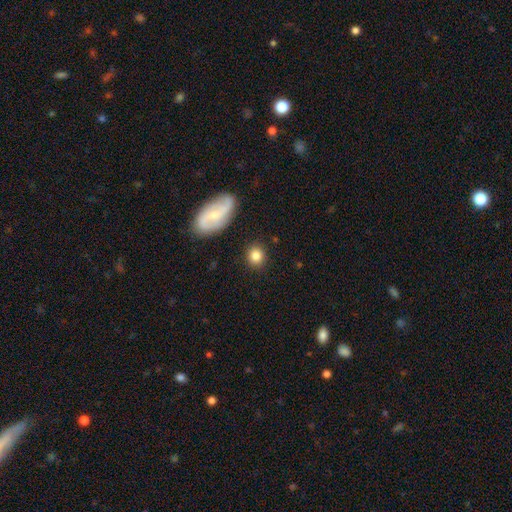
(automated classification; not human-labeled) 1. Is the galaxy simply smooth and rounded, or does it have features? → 80% smooth, 11% featured or disk, 9% star or artifact.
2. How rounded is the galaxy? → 83% round, 15% in between, 2% cigar-shaped.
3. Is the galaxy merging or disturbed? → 87% none, 8% minor disturbance, 2% major disturbance, 2% merger.